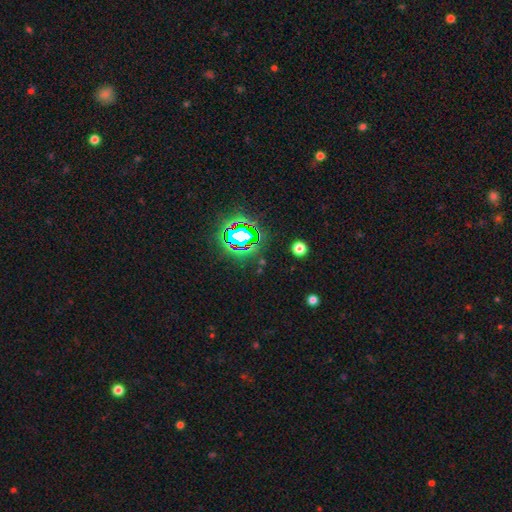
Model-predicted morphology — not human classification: star or artifact 80%, smooth 12%, featured or disk 8%.